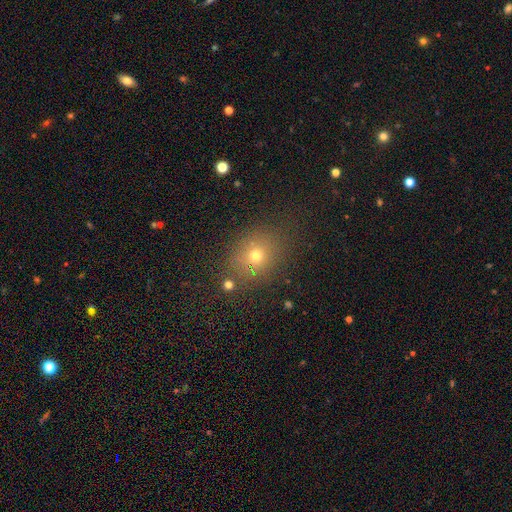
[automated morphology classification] Smooth or featured: smooth — 68% (star or artifact — 20%)
How rounded: round — 60% (in between — 39%)
Merging: none — 78% (minor disturbance — 12%)